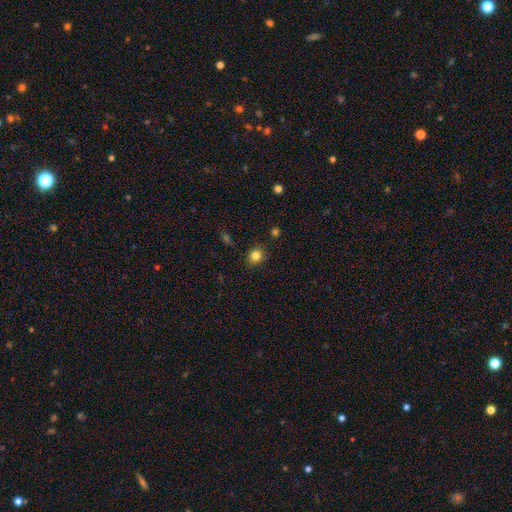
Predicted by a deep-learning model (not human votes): Smooth or featured? smooth (82%)
How rounded? round (73%)
Merging? none (87%)